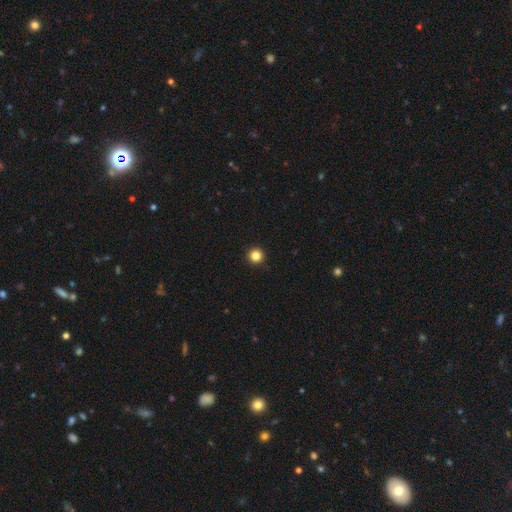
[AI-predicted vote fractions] Smooth or featured?
  - smooth: 84% *
  - star or artifact: 12%
  - featured or disk: 4%
How rounded?
  - round: 97% *
  - in between: 2%
  - cigar-shaped: 1%
Merging?
  - none: 94% *
  - minor disturbance: 4%
  - major disturbance: 1%
  - merger: 1%